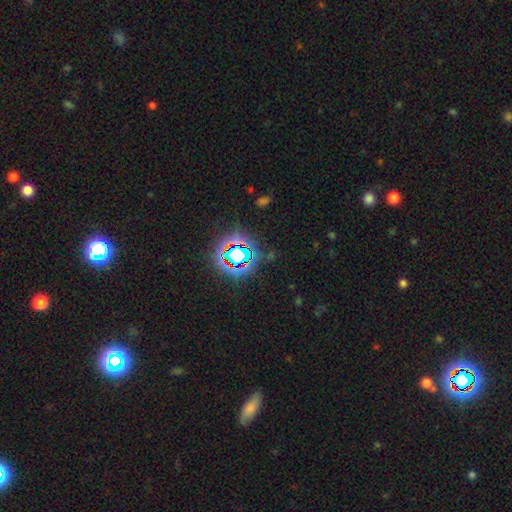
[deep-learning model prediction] A star or artifact, not a galaxy (79%).